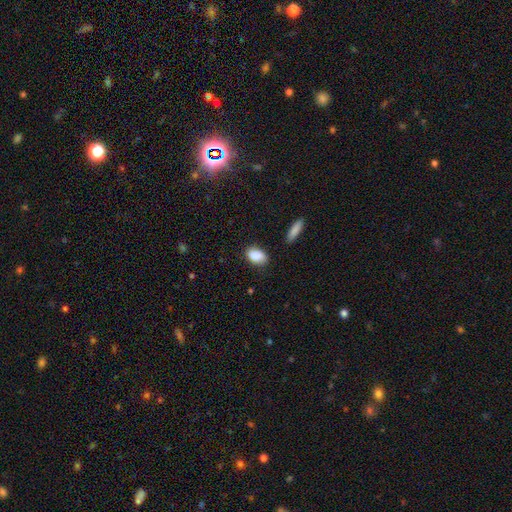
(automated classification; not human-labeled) smooth_or_featured: smooth (p=0.85) [alt: featured or disk p=0.08]
how_rounded: in between (p=0.87) [alt: round p=0.11]
merging: none (p=0.81) [alt: minor disturbance p=0.14]